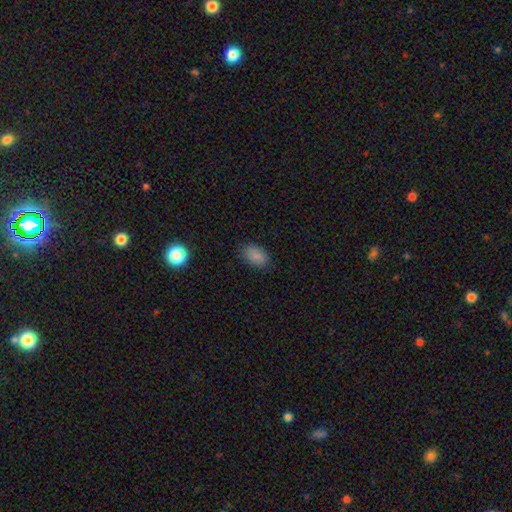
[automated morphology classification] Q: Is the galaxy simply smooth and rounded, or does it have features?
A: smooth — 86%.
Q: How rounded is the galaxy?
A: in between — 89%.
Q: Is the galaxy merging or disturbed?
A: none — 81%.